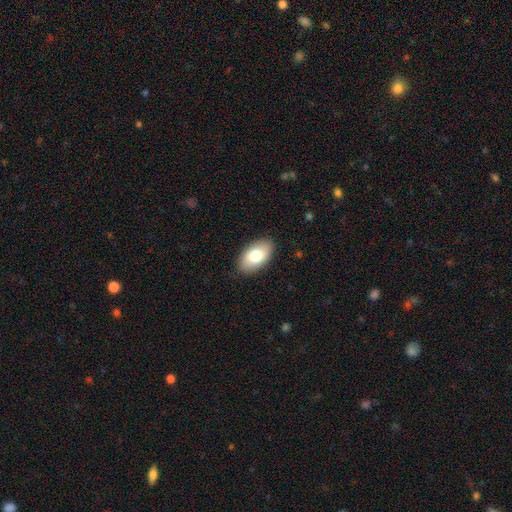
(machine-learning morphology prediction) Smooth or featured?
  - smooth: 77% *
  - featured or disk: 17%
  - star or artifact: 6%
How rounded?
  - in between: 95% *
  - round: 4%
  - cigar-shaped: 2%
Merging?
  - none: 87% *
  - minor disturbance: 10%
  - major disturbance: 2%
  - merger: 1%